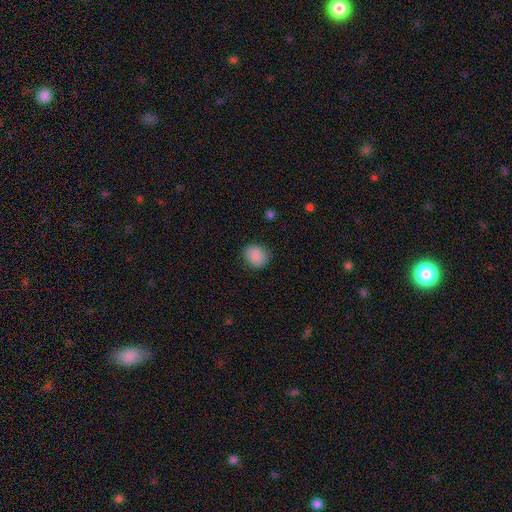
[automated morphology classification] Overall: smooth (88%). How rounded: round (72%). Merging: none (85%).